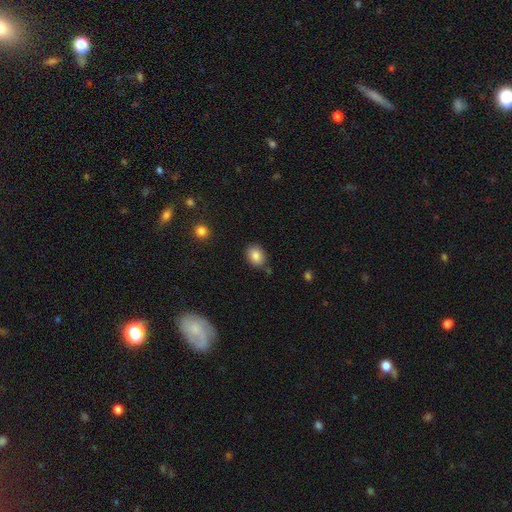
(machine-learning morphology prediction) Smooth or featured: smooth — 85% (star or artifact — 9%)
How rounded: in between — 62% (round — 37%)
Merging: none — 82% (minor disturbance — 12%)